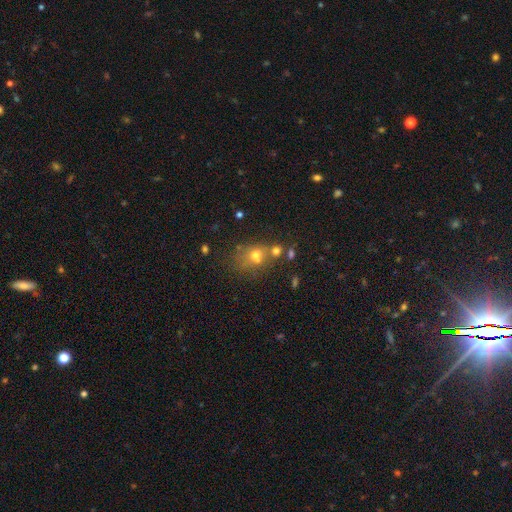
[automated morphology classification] A smooth galaxy with no disk features (62%) that is round (53%). Merging: none (42%).